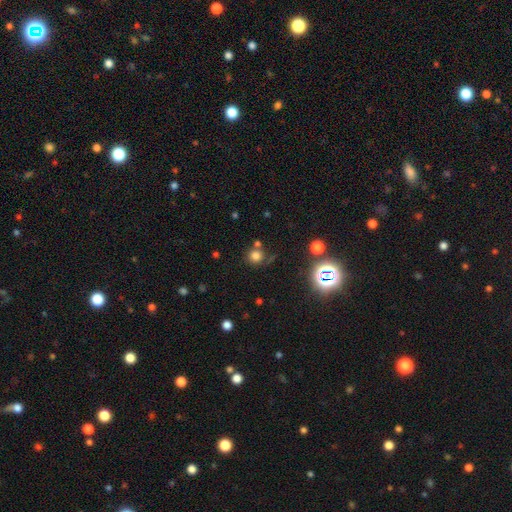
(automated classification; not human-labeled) A smooth galaxy with no disk features (71%) that is round (91%).

Vote fractions:
- Smooth or featured? smooth: 71% / star or artifact: 21% / featured or disk: 7%
- How rounded? round: 91% / in between: 8% / cigar-shaped: 1%
- Merging? none: 69% / merger: 14% / minor disturbance: 11% / major disturbance: 6%